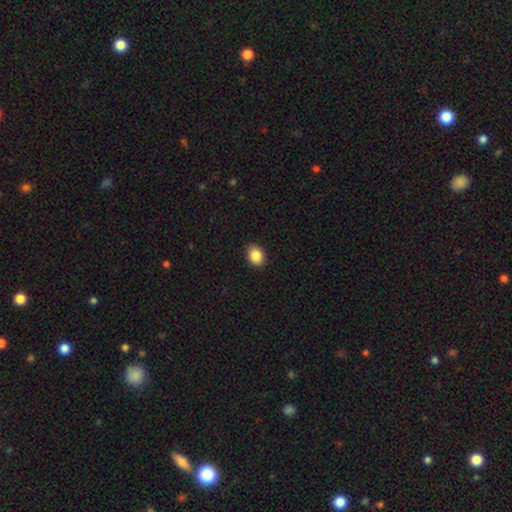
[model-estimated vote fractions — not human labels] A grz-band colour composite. It shows a smooth galaxy with no disk features (87%) that is in between round and cigar-shaped (60%). Merging: none (91%).